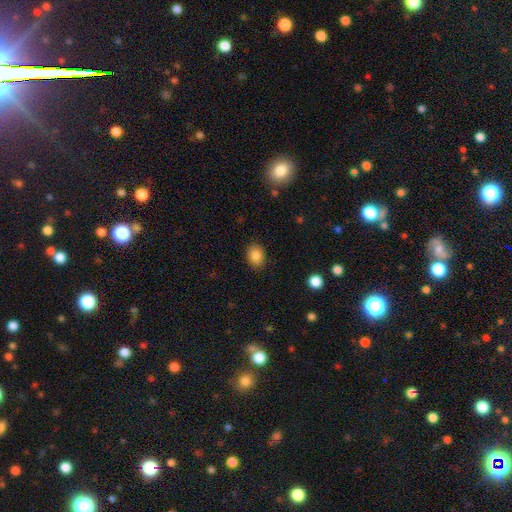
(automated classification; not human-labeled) This appears to be a smooth galaxy with no disk features (87%) that is in between round and cigar-shaped (64%). Merging: none (86%).